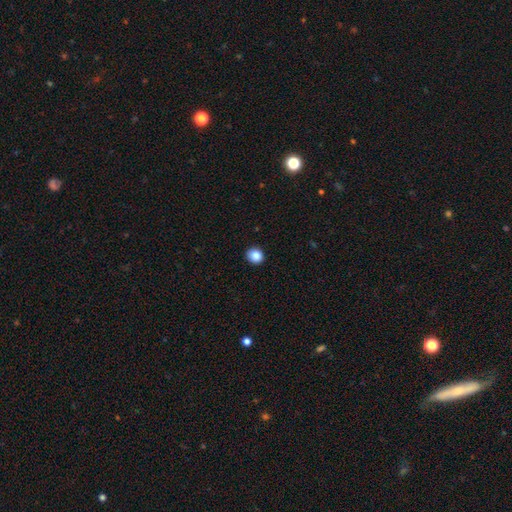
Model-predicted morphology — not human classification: A smooth galaxy with no disk features (87%) that is round (85%). Merging: none (92%).